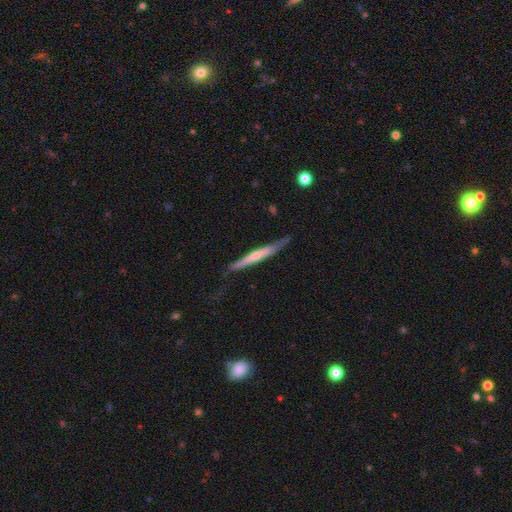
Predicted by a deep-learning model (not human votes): This is likely a featured or disk galaxy (72%). It is clearly viewed edge-on (96%). Edge-on bulge: likely rounded (62%). Merging: likely none (79%).